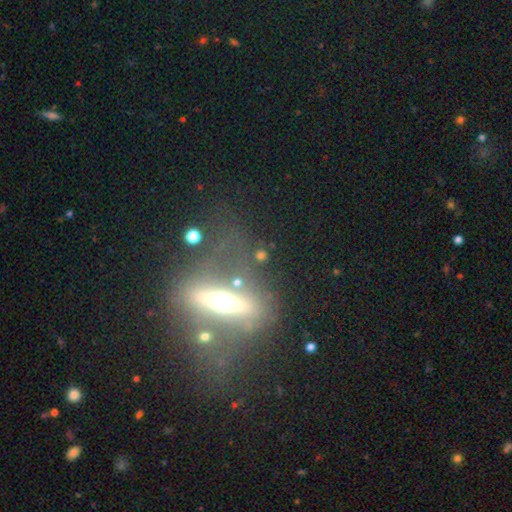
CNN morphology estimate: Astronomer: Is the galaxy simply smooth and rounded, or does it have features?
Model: featured or disk — 64%.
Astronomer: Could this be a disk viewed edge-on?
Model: yes — 72%.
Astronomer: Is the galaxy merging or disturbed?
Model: none — 56%.